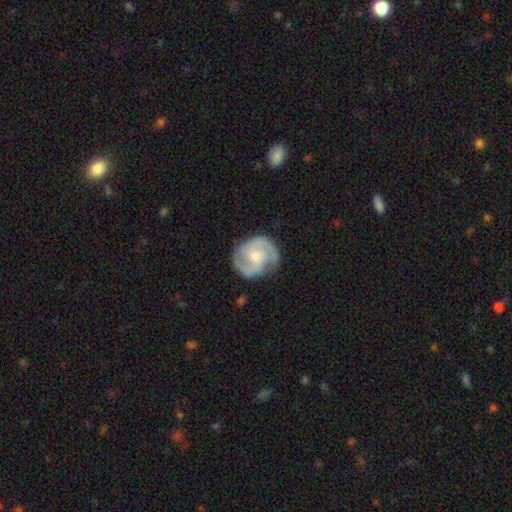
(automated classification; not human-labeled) Morphology: type=featured or disk (83%); edge-on=no (98%); bar=no (47%); spiral arms=yes (96%); winding=medium (52%); arm count=2 (80%); bulge=moderate (51%); merging=none (77%).